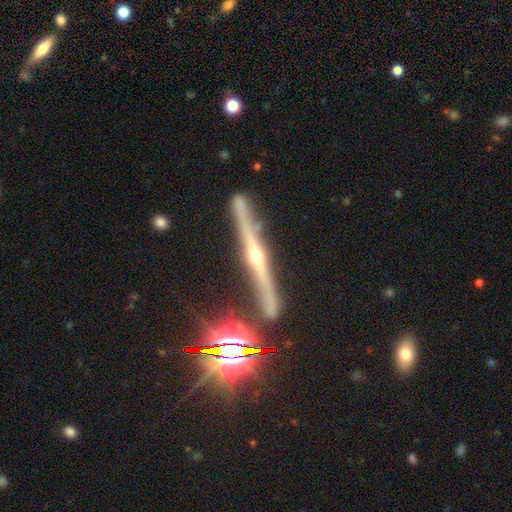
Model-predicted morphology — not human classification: type=featured or disk (81%); edge-on=yes (96%); edge-on bulge=rounded (89%); merging=none (77%).